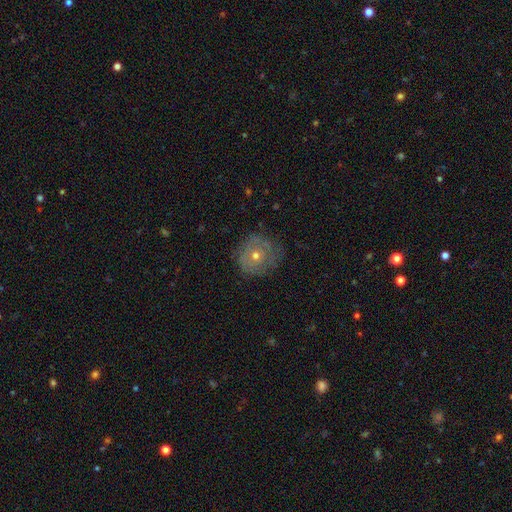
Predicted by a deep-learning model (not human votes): A featured or disk galaxy (47%). Merging: none (73%).